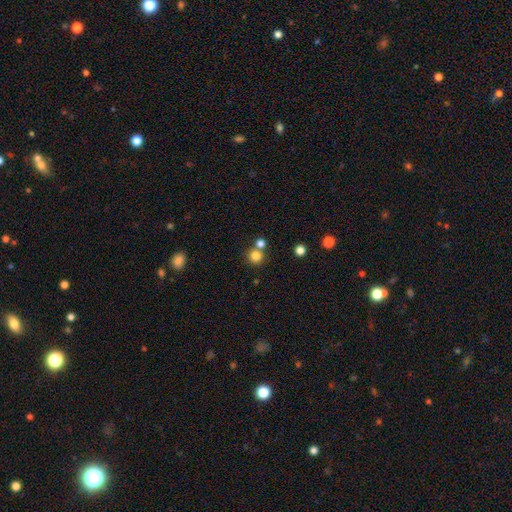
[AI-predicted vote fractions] smooth 81%, star or artifact 13%, featured or disk 6%. Down the decision tree: how rounded — round (92%); merging — none (65%).